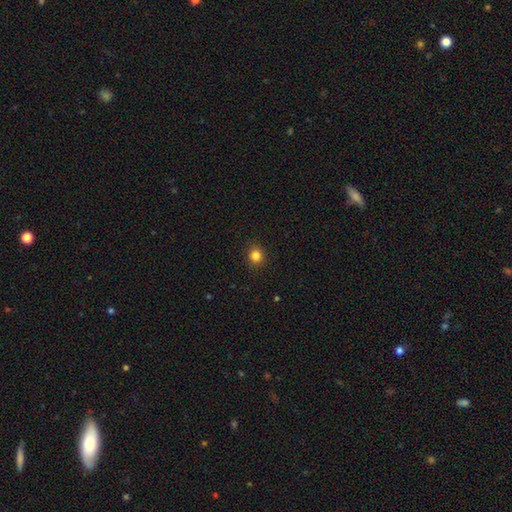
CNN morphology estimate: Smooth or featured?
  - smooth: 83% *
  - star or artifact: 12%
  - featured or disk: 4%
How rounded?
  - round: 86% *
  - in between: 13%
  - cigar-shaped: 1%
Merging?
  - none: 91% *
  - minor disturbance: 6%
  - major disturbance: 2%
  - merger: 1%